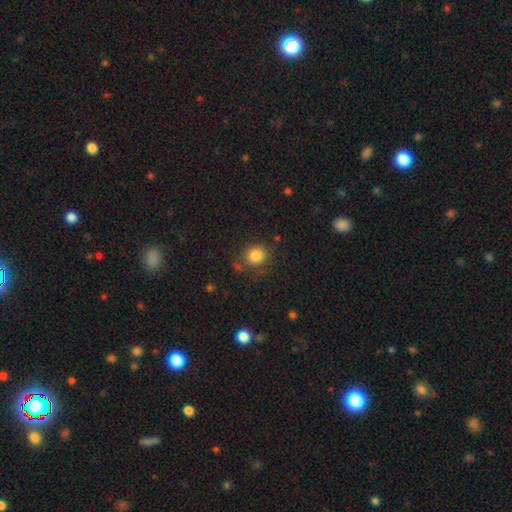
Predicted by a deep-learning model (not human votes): Smooth or featured? smooth (83%)
How rounded? round (82%)
Merging? none (77%)